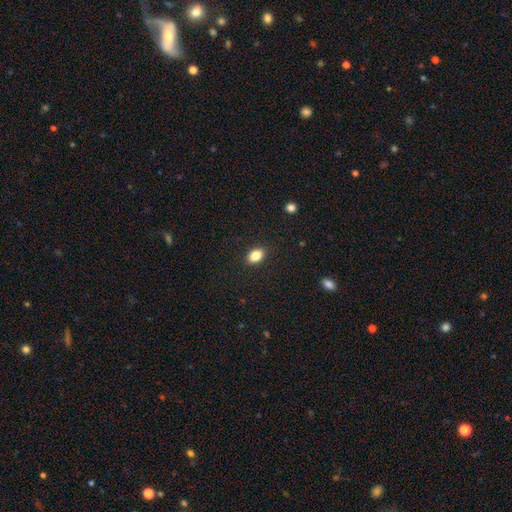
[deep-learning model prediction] smooth 84%, star or artifact 9%, featured or disk 6%. Down the decision tree: how rounded — in between (81%); merging — none (89%).